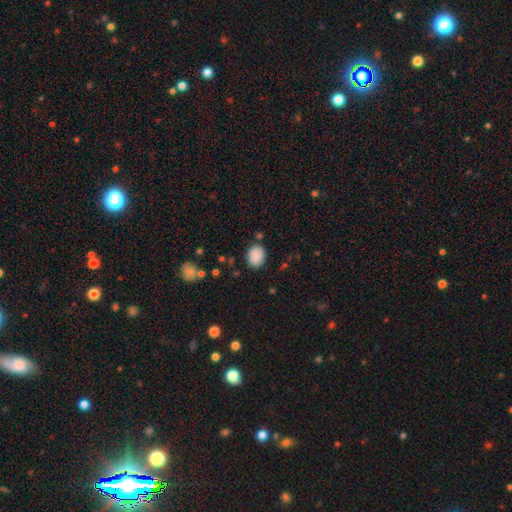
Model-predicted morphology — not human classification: A smooth galaxy with no disk features (88%) that is in between round and cigar-shaped (53%).

Vote fractions:
- Smooth or featured? smooth: 88% / star or artifact: 8% / featured or disk: 3%
- How rounded? in between: 53% / round: 46% / cigar-shaped: 1%
- Merging? none: 82% / minor disturbance: 12% / major disturbance: 3% / merger: 3%